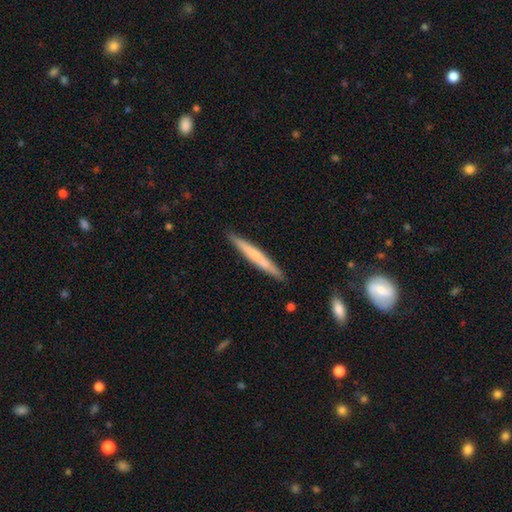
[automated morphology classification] This is possibly a smooth galaxy (58%). How rounded: clearly cigar-shaped (96%). Merging: clearly none (90%).